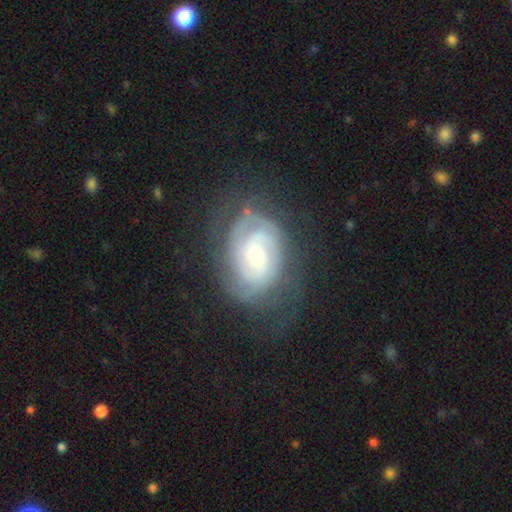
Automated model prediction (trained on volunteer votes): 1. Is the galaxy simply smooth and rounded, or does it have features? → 84% featured or disk, 11% smooth, 6% star or artifact.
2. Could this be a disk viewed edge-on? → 97% no, 3% yes.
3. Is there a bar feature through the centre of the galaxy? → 56% no, 36% weak, 8% strong.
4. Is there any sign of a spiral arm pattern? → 95% yes, 5% no.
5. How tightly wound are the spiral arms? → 64% tight, 29% medium, 7% loose.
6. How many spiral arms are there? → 46% 2, 27% can't tell, 14% 3, 5% 1, 4% 4, 4% more than 4.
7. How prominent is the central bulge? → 48% moderate, 41% small, 7% large, 2% none, 1% dominant.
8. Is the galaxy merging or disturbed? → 64% none, 20% minor disturbance, 14% major disturbance, 1% merger.